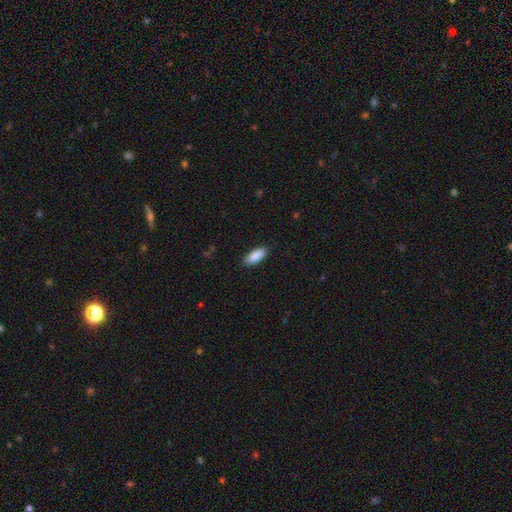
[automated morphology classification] Smooth or featured? Predicted: smooth (p=0.90). How rounded? Predicted: in between (p=0.82). Merging? Predicted: none (p=0.88).